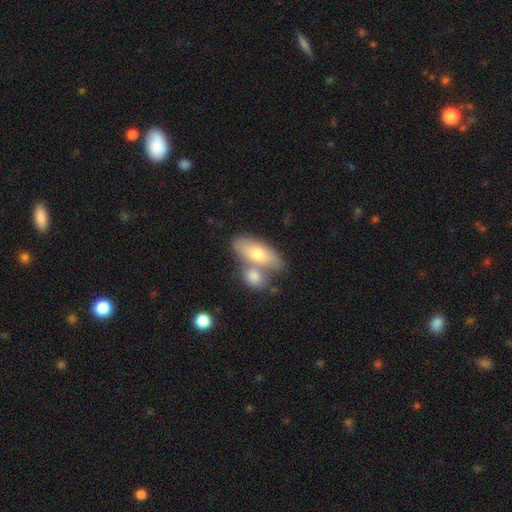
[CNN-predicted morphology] Smooth or featured? smooth (55%)
How rounded? in between (76%)
Merging? none (42%)